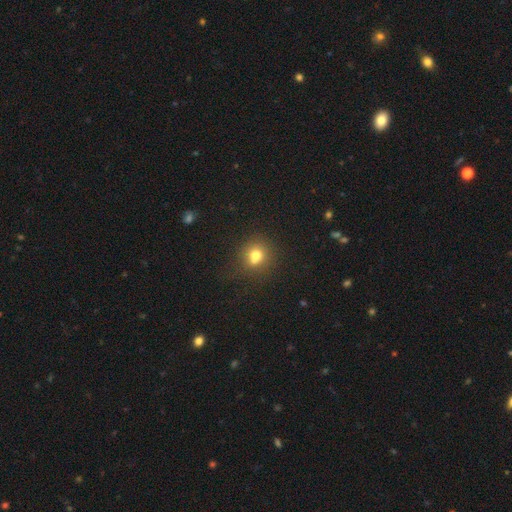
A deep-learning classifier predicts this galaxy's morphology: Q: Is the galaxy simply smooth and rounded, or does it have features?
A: smooth — 72%.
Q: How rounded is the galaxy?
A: round — 82%.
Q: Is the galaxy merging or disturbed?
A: none — 58%.